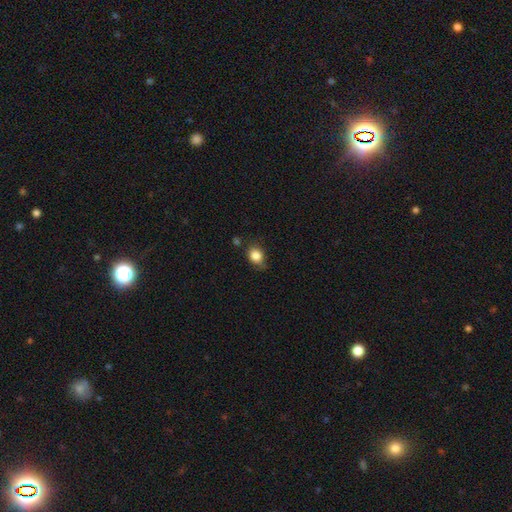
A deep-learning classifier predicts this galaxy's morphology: Smooth or featured? Predicted: smooth (p=0.84). How rounded? Predicted: round (p=0.56). Merging? Predicted: none (p=0.67).